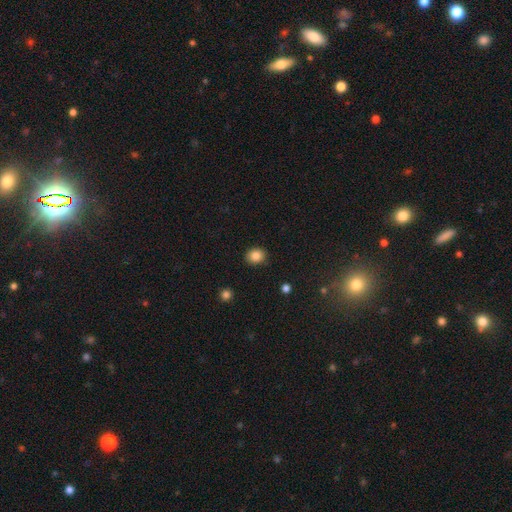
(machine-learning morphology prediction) Smooth or featured? smooth (86%)
How rounded? round (63%)
Merging? none (88%)